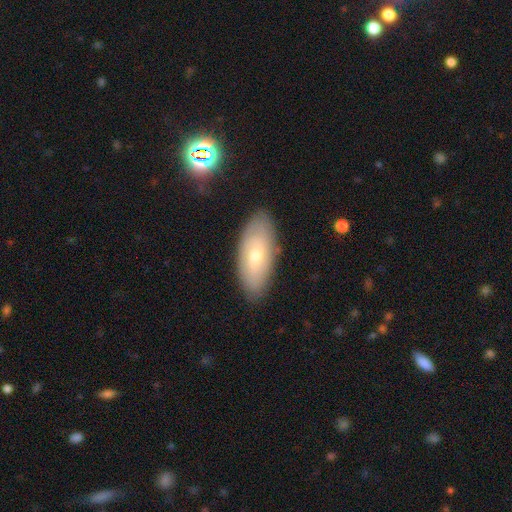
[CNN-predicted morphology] Overall: smooth (53%; featured or disk 40%). How rounded: in between (85%). Merging: none (84%).